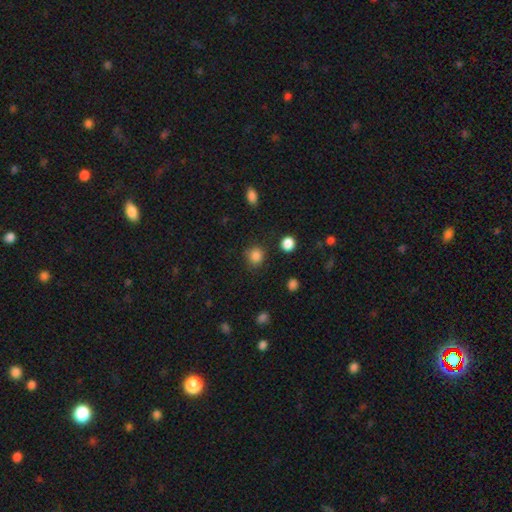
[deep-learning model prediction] Smooth or featured: smooth — 85% (star or artifact — 12%)
How rounded: round — 87% (in between — 12%)
Merging: none — 85% (minor disturbance — 9%)